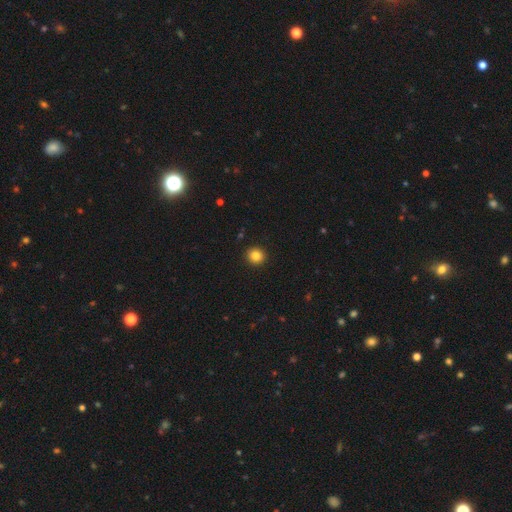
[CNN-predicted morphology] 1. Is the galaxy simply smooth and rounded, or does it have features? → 85% smooth, 11% star or artifact, 5% featured or disk.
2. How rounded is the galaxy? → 88% round, 11% in between, 1% cigar-shaped.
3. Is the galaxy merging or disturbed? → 93% none, 5% minor disturbance, 2% major disturbance, 1% merger.